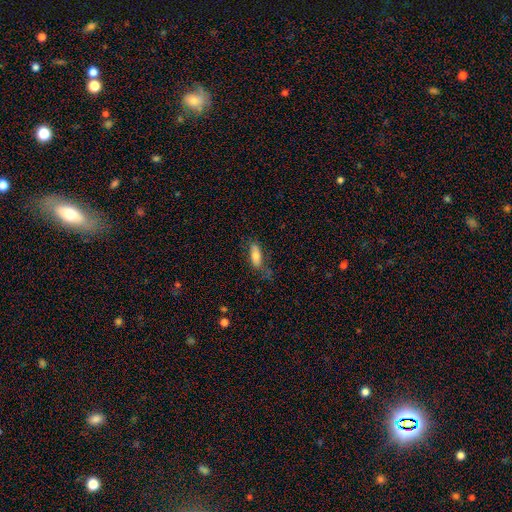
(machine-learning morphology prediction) Smooth or featured: smooth — 73% (featured or disk — 20%)
How rounded: in between — 68% (cigar-shaped — 29%)
Merging: none — 57% (minor disturbance — 26%)